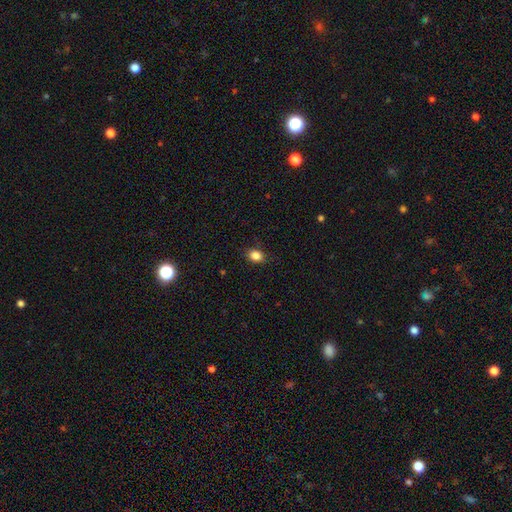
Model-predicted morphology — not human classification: Smooth or featured: smooth — 85% (star or artifact — 10%)
How rounded: in between — 69% (round — 29%)
Merging: none — 85% (minor disturbance — 11%)